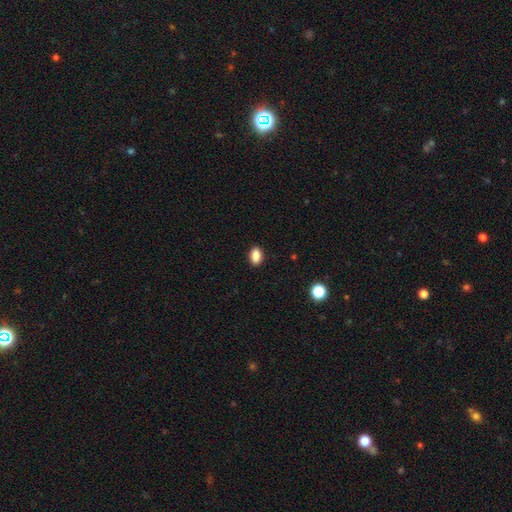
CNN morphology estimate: Q: Smooth or featured?
A: smooth (88%); runner-up: star or artifact (9%)
Q: How rounded?
A: in between (85%); runner-up: round (13%)
Q: Merging?
A: none (91%); runner-up: minor disturbance (7%)